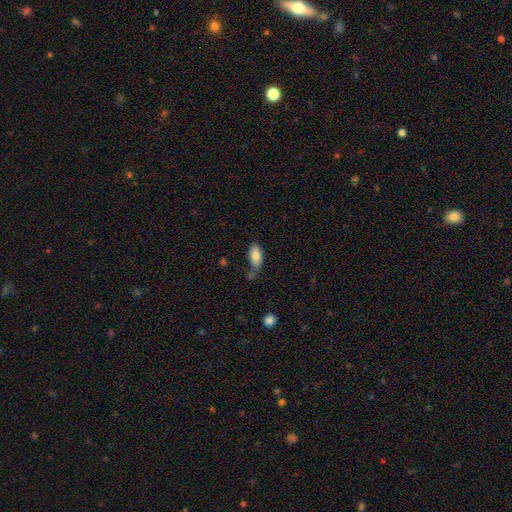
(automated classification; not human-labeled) Morphology: type=smooth (78%); roundness=in between (91%); merging=none (52%).